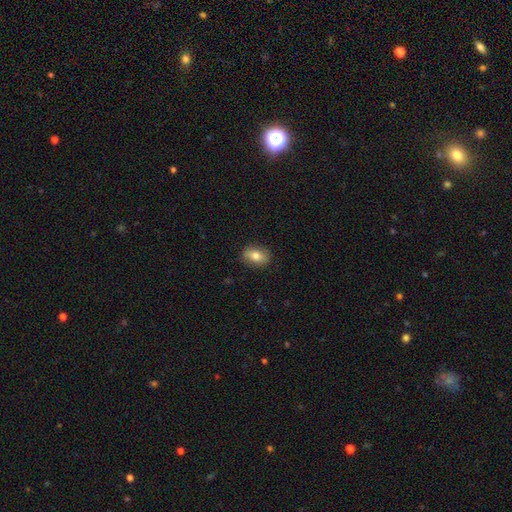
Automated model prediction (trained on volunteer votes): A smooth galaxy with no disk features (76%) that is in between round and cigar-shaped (76%). Merging: none (85%).